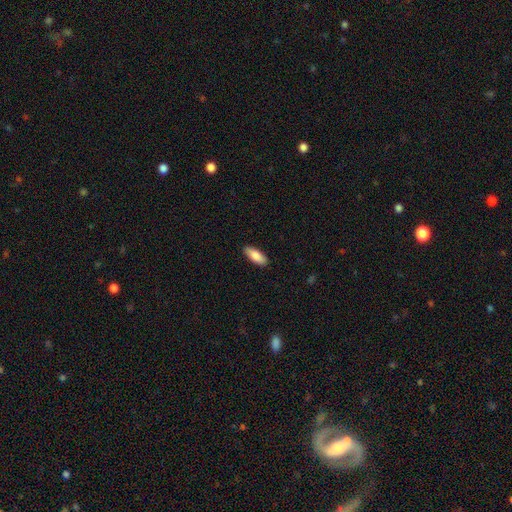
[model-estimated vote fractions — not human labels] This is clearly a smooth galaxy (84%). How rounded: likely in between (76%). Merging: clearly none (89%).